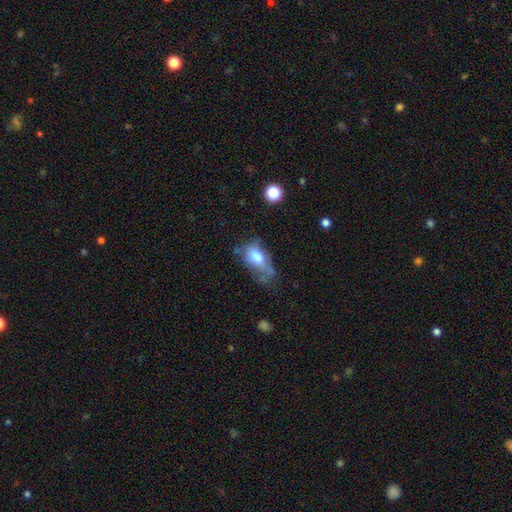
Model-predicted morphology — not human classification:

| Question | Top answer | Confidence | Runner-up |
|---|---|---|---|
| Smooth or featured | smooth | 69% | featured or disk (22%) |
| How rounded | in between | 88% | round (8%) |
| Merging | minor disturbance | 33% | major disturbance (31%) |